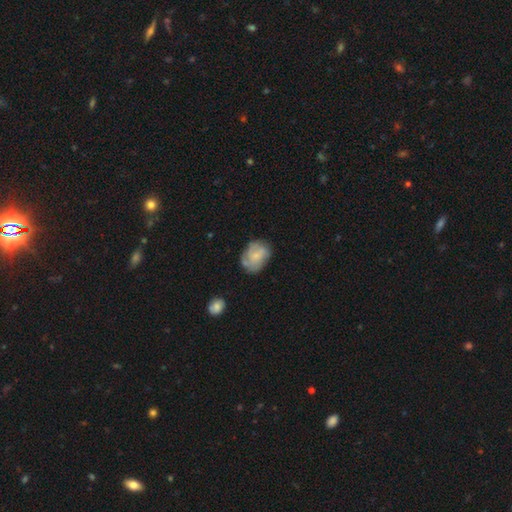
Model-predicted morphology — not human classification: A smooth galaxy with no disk features (50%).

Vote fractions:
- Smooth or featured? smooth: 50% / featured or disk: 43% / star or artifact: 8%
- Merging? none: 62% / minor disturbance: 25% / major disturbance: 10% / merger: 3%